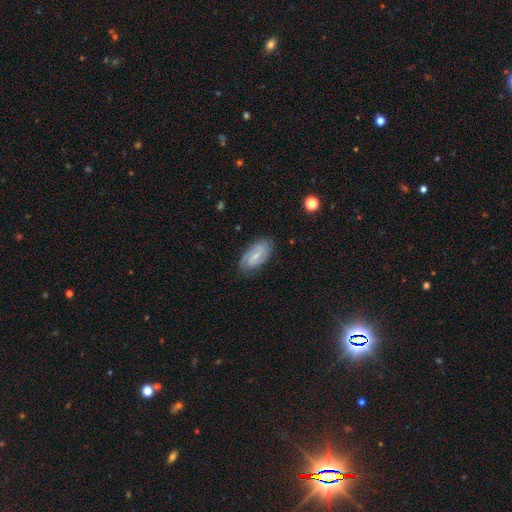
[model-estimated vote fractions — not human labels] Q: Smooth or featured?
A: featured or disk (70%); runner-up: smooth (23%)
Q: Edge-on disk?
A: no (96%); runner-up: yes (4%)
Q: Bar?
A: weak (56%); runner-up: strong (24%)
Q: Spiral arms?
A: yes (91%); runner-up: no (9%)
Q: Spiral winding?
A: medium (45%); runner-up: tight (30%)
Q: Spiral arm count?
A: 2 (83%); runner-up: can't tell (9%)
Q: Bulge size?
A: small (63%); runner-up: moderate (23%)
Q: Merging?
A: none (81%); runner-up: minor disturbance (15%)